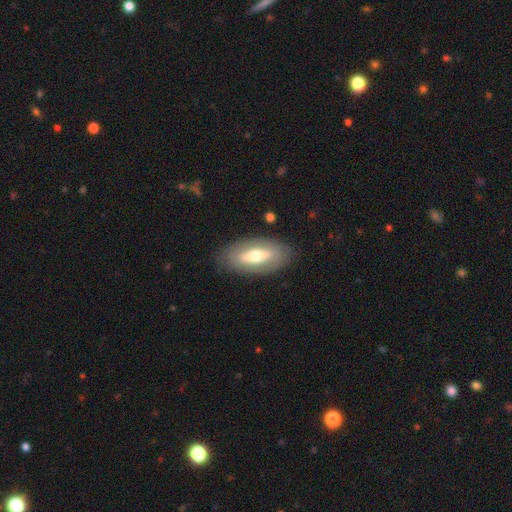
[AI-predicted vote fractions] smooth_or_featured: smooth (p=0.48) [alt: featured or disk p=0.47]
merging: none (p=0.84) [alt: minor disturbance p=0.11]